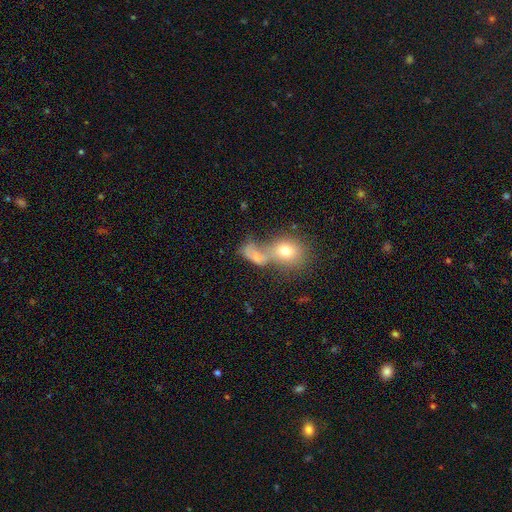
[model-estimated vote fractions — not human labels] This is likely a smooth galaxy (68%). How rounded: likely in between (65%). Merging: likely merger (60%).